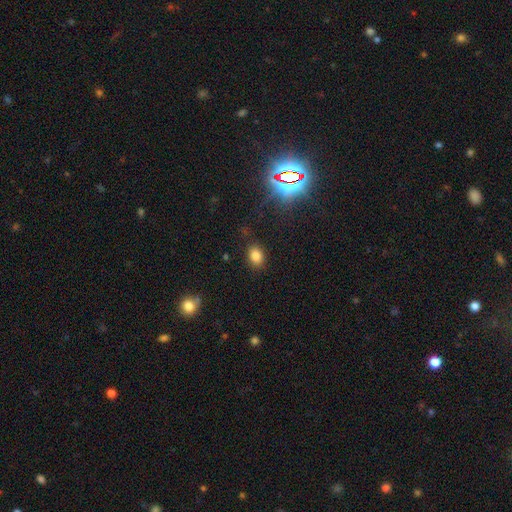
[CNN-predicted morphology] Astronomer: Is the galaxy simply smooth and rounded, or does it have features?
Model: smooth — 80%.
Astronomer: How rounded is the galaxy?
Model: in between — 66%.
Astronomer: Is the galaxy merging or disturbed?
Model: none — 83%.